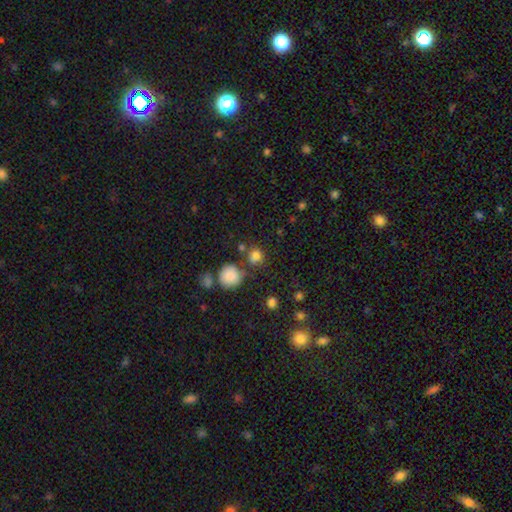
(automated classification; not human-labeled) Smooth or featured: smooth — 80% (star or artifact — 14%)
How rounded: round — 84% (in between — 15%)
Merging: none — 68% (minor disturbance — 14%)